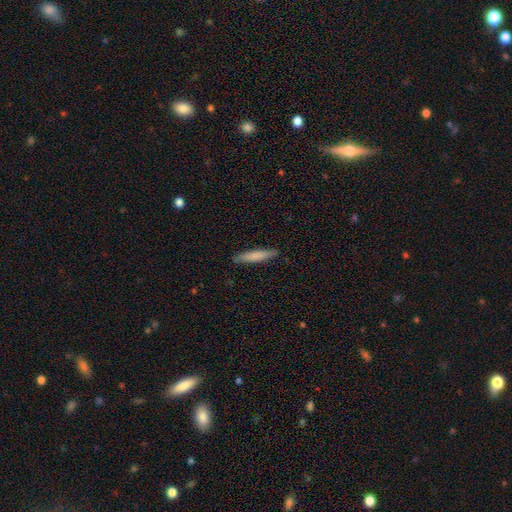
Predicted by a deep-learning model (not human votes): A smooth galaxy with no disk features (74%) that is cigar-shaped (89%). Merging: none (87%).